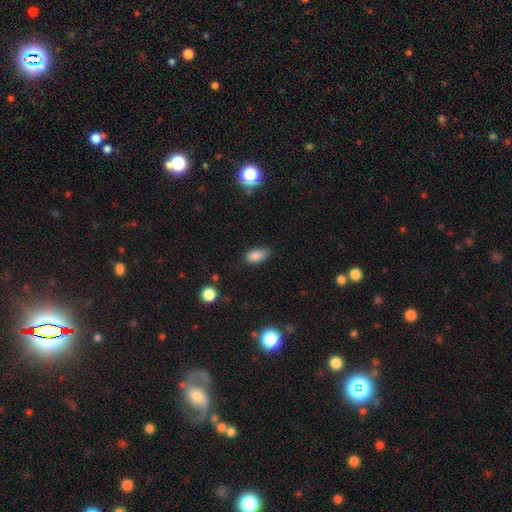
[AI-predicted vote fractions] smooth 86%, star or artifact 9%, featured or disk 5%. Down the decision tree: how rounded — in between (90%); merging — none (75%).